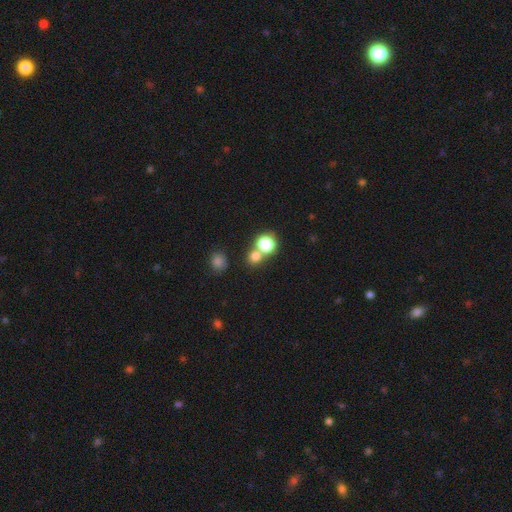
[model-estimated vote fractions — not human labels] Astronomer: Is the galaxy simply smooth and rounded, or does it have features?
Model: smooth — 73%.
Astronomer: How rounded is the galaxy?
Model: round — 82%.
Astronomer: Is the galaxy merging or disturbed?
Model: none — 53% (runner-up: merger, 37%).